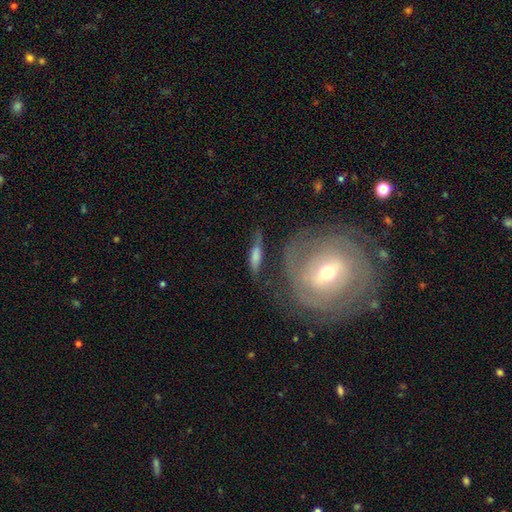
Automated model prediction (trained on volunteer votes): A smooth galaxy with no disk features (57%) that is cigar-shaped (65%). Merging: none (58%).